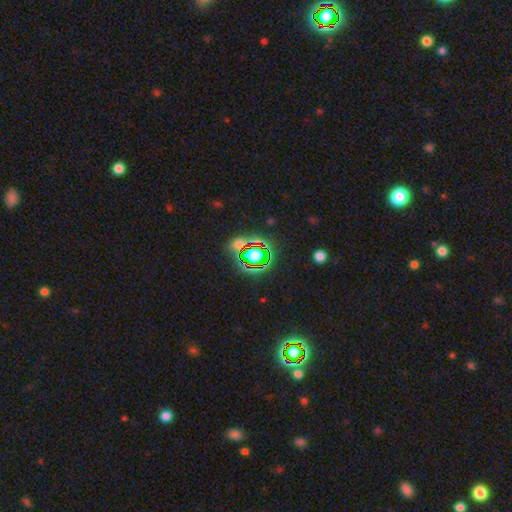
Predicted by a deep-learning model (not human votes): This appears to be a star or artifact, not a galaxy (78%).